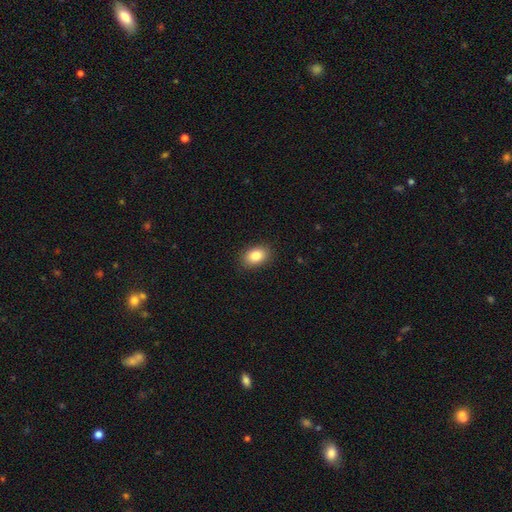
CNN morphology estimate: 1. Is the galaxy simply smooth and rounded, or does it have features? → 85% smooth, 8% star or artifact, 6% featured or disk.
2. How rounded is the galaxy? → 81% in between, 17% round, 1% cigar-shaped.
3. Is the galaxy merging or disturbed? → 88% none, 9% minor disturbance, 2% major disturbance, 1% merger.